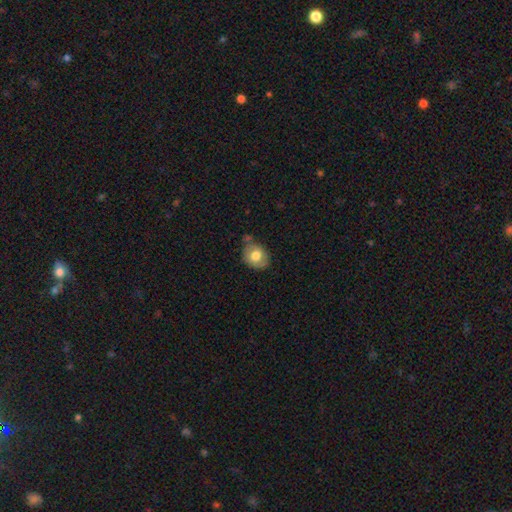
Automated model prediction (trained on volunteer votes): Smooth or featured: smooth — 72% (featured or disk — 20%)
How rounded: round — 58% (in between — 42%)
Merging: none — 60% (minor disturbance — 25%)